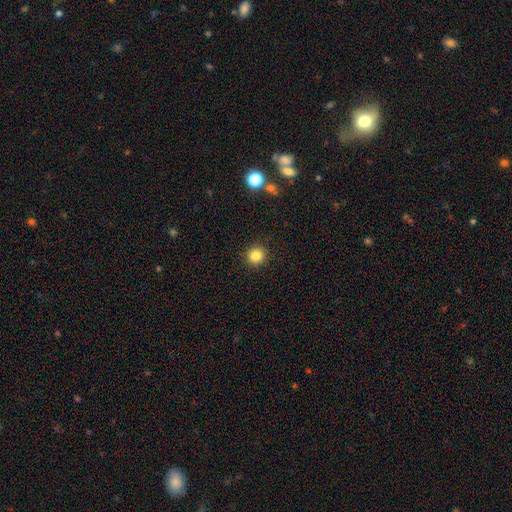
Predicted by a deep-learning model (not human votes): Overall: smooth (84%). How rounded: round (93%). Merging: none (92%).